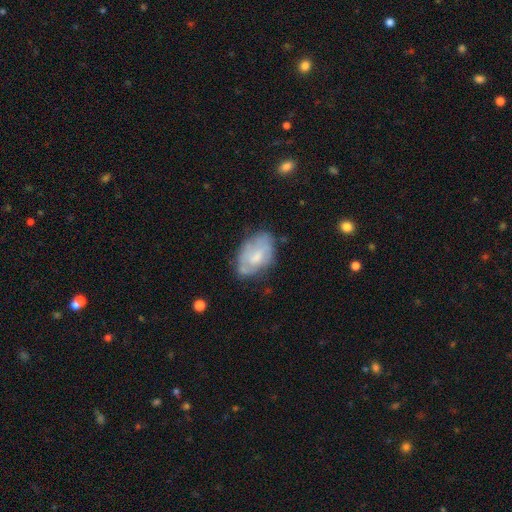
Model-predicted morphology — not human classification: This is possibly a smooth galaxy (48%). Merging: possibly none (58%).